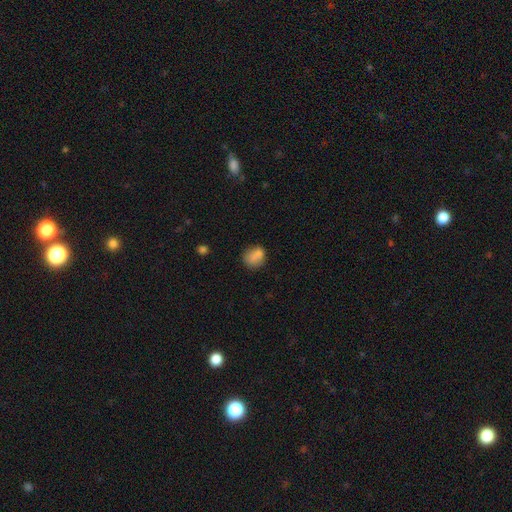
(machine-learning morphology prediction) Overall: smooth (80%). How rounded: round (55%; in between 43%). Merging: none (63%).